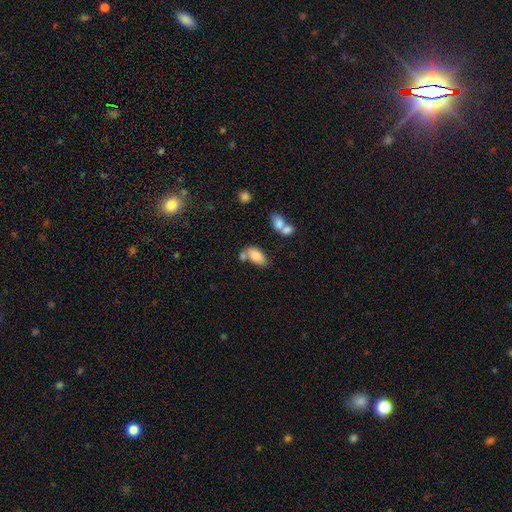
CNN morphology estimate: smooth-or-featured: smooth: 82% | featured or disk: 10% | star or artifact: 8%
  how-rounded: in between: 91% | cigar-shaped: 6% | round: 3%
  merging: none: 50% | merger: 28% | minor disturbance: 16% | major disturbance: 6%